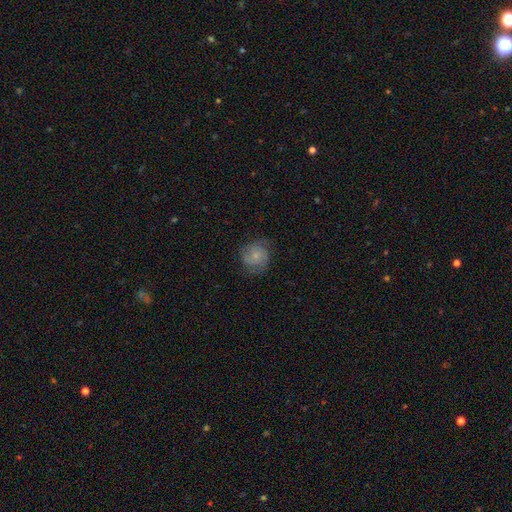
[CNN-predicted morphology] Smooth or featured?
  - featured or disk: 54% *
  - smooth: 38%
  - star or artifact: 8%
Edge-on disk?
  - no: 98% *
  - yes: 2%
Bar?
  - no: 79% *
  - weak: 18%
  - strong: 3%
Spiral arms?
  - yes: 89% *
  - no: 11%
Bulge size?
  - small: 66% *
  - moderate: 23%
  - none: 8%
  - large: 2%
  - dominant: 1%
Merging?
  - none: 70% *
  - minor disturbance: 21%
  - major disturbance: 8%
  - merger: 1%